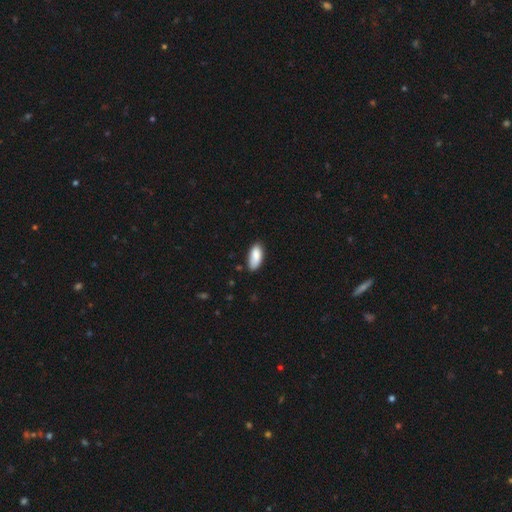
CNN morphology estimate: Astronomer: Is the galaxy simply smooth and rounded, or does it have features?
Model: smooth — 87%.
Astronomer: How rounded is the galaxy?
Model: in between — 87%.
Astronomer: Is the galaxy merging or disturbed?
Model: none — 74%.